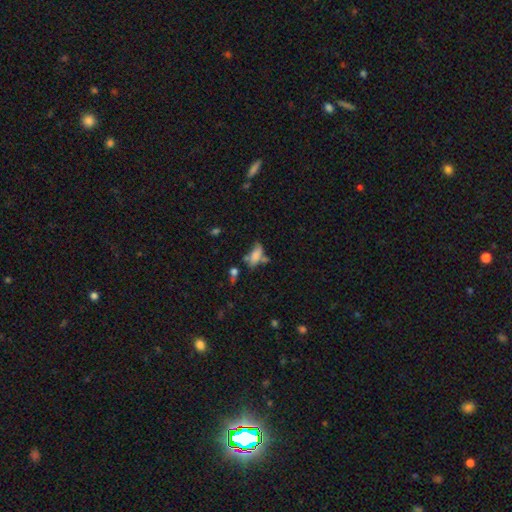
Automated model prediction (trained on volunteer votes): Smooth or featured?
  - smooth: 60% *
  - featured or disk: 26%
  - star or artifact: 14%
How rounded?
  - in between: 71% *
  - cigar-shaped: 24%
  - round: 5%
Merging?
  - none: 34% *
  - merger: 26%
  - minor disturbance: 21%
  - major disturbance: 19%